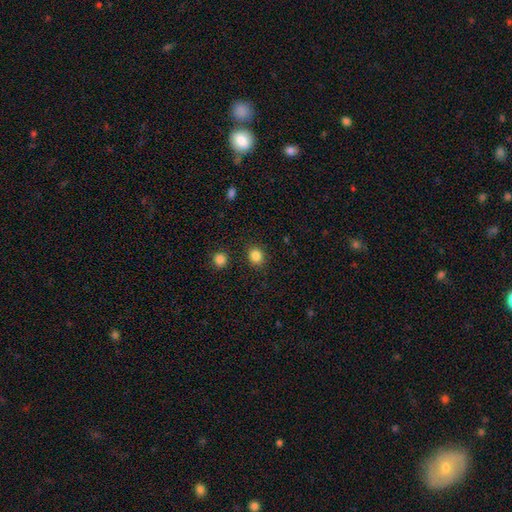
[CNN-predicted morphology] A smooth galaxy with no disk features (85%) that is round (71%). Merging: none (88%).